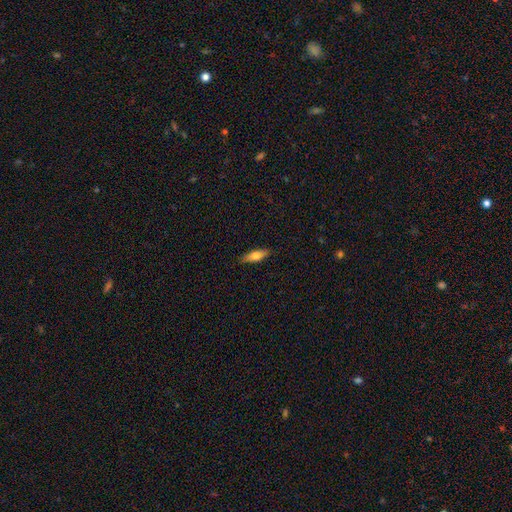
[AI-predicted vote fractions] smooth-or-featured: smooth: 67% | featured or disk: 27% | star or artifact: 6%
  how-rounded: in between: 51% | cigar-shaped: 46% | round: 2%
  merging: none: 87% | minor disturbance: 10% | major disturbance: 2% | merger: 1%